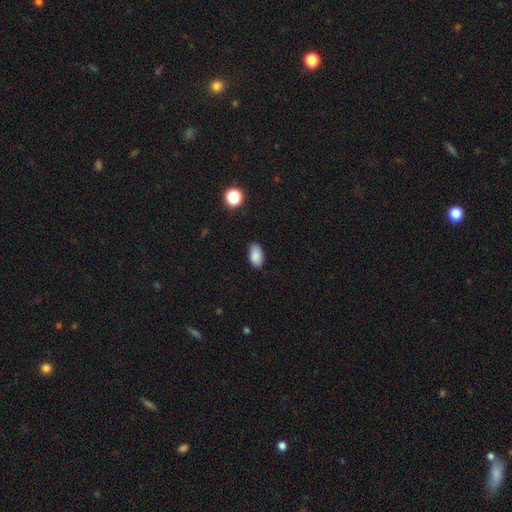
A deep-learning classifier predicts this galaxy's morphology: A smooth galaxy with no disk features (87%) that is in between round and cigar-shaped (93%). Merging: none (82%).